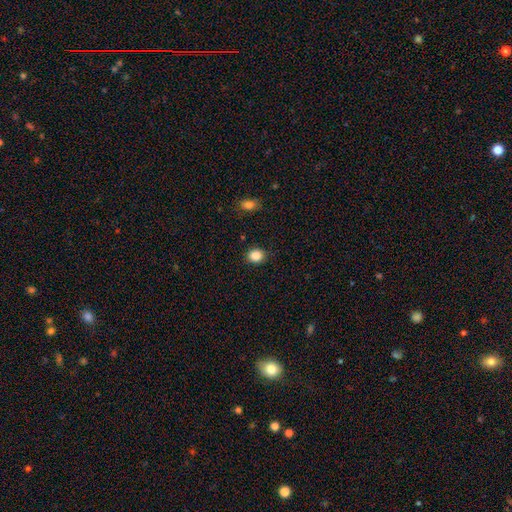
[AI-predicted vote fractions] Smooth or featured: smooth — 86% (star or artifact — 10%)
How rounded: round — 63% (in between — 36%)
Merging: none — 86% (minor disturbance — 10%)